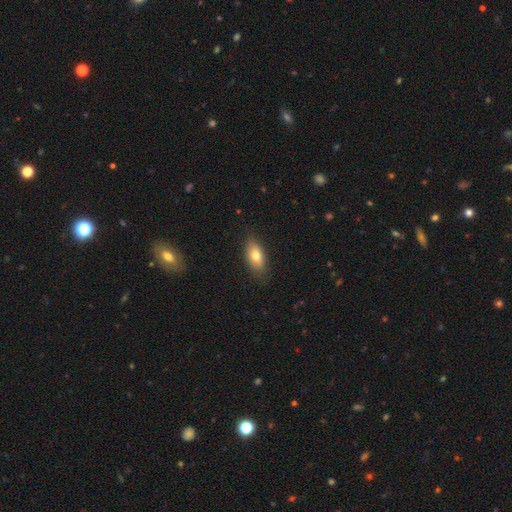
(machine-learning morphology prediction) smooth 75%, featured or disk 18%, star or artifact 7%. Down the decision tree: how rounded — in between (86%); merging — none (83%).